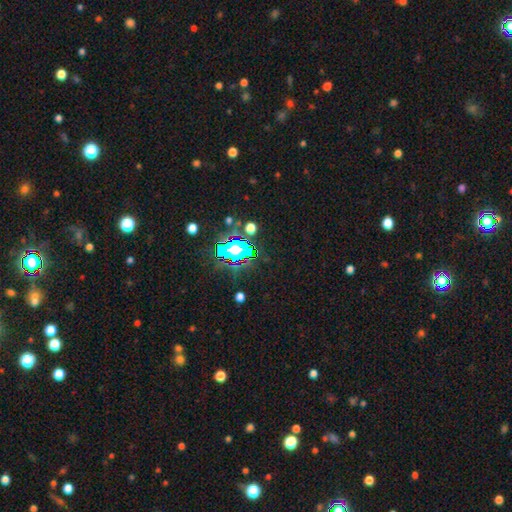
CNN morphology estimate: This appears to be a star or artifact, not a galaxy (82%).